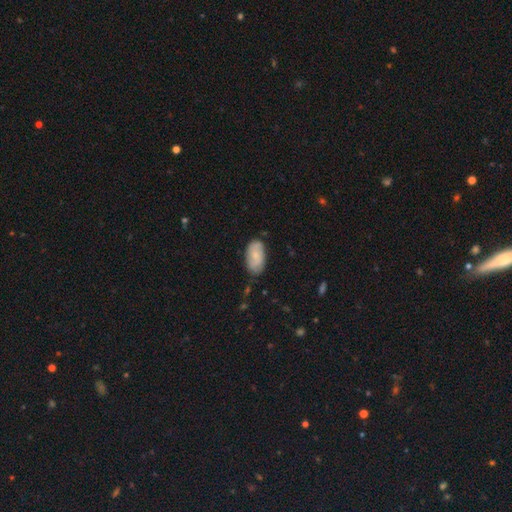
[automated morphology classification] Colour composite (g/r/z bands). It shows a smooth galaxy with no disk features (67%) that is in between round and cigar-shaped (94%). Merging: none (74%).